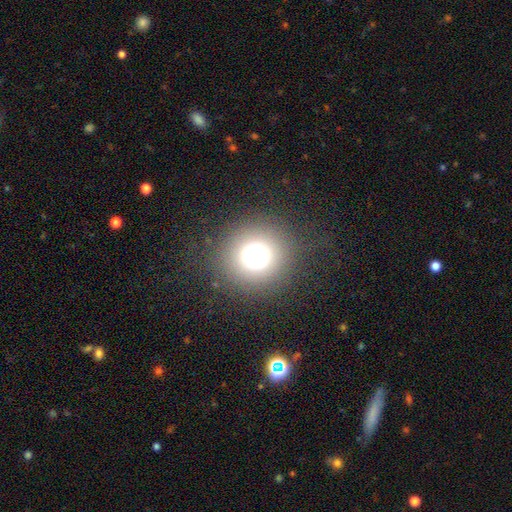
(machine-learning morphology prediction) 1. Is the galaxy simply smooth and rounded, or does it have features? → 66% smooth, 24% star or artifact, 11% featured or disk.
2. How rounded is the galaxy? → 93% round, 6% in between, 1% cigar-shaped.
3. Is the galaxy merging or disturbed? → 85% none, 7% minor disturbance, 5% major disturbance, 2% merger.